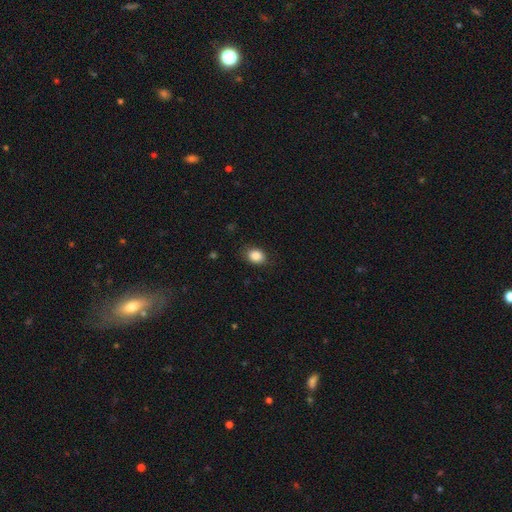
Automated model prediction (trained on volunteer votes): Overall: smooth (87%). How rounded: in between (62%; round 37%). Merging: none (82%).